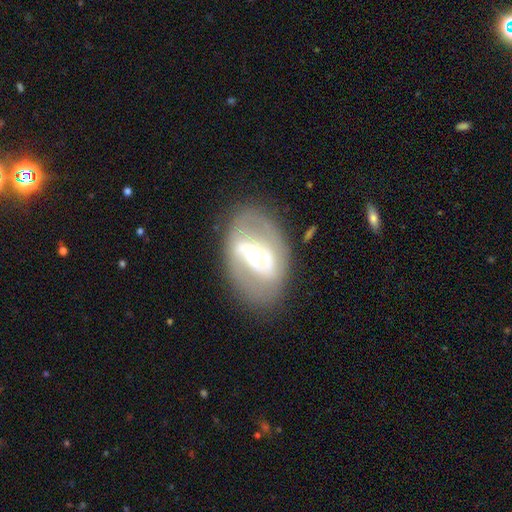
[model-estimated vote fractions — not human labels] Morphology: type=featured or disk (75%); edge-on=no (94%); bar=strong (39%); spiral arms=yes (57%); bulge=moderate (57%); merging=none (75%).